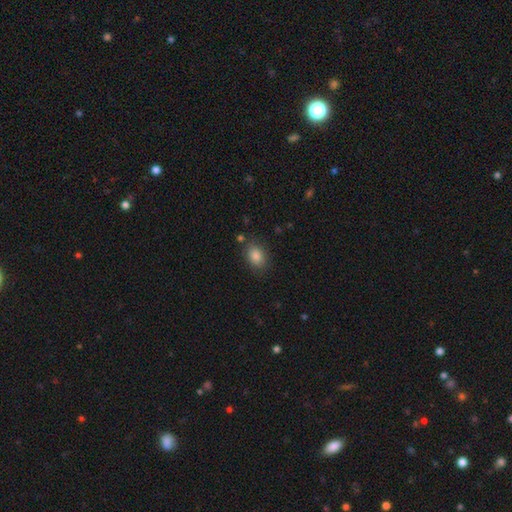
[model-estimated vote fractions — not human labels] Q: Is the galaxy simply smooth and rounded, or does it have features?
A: smooth — 84%.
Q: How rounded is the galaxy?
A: in between — 73%.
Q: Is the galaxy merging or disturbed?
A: none — 82%.